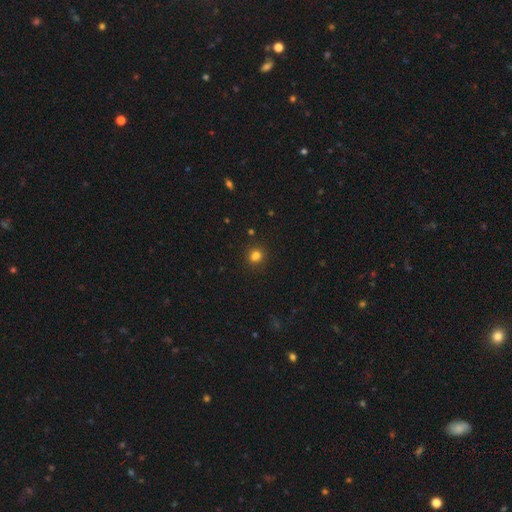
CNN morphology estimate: smooth_or_featured: smooth (p=0.81) [alt: star or artifact p=0.14]
how_rounded: round (p=0.77) [alt: in between p=0.22]
merging: none (p=0.86) [alt: minor disturbance p=0.08]